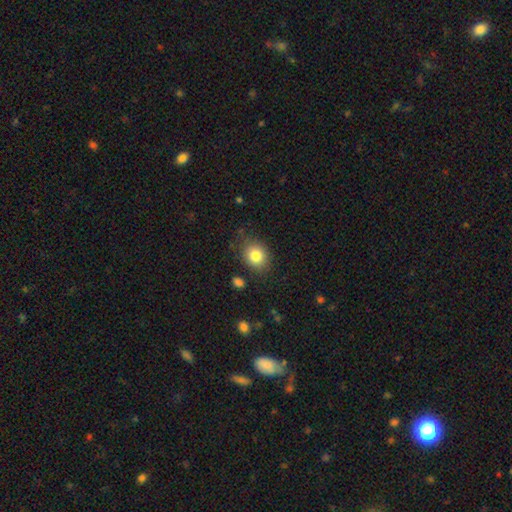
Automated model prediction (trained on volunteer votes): Smooth or featured? smooth (82%)
How rounded? round (61%)
Merging? none (81%)